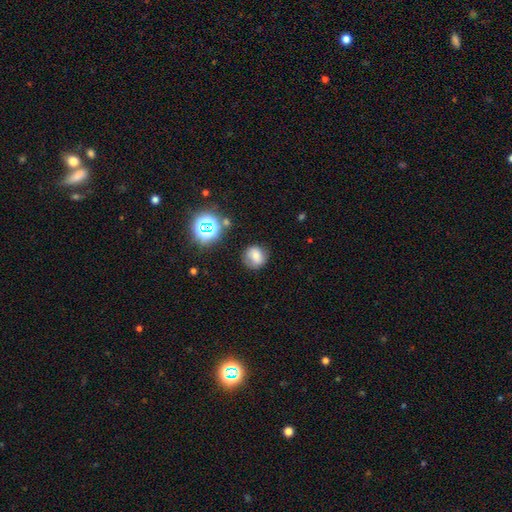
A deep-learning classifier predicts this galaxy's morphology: Q: Smooth or featured?
A: smooth (69%); runner-up: featured or disk (16%)
Q: How rounded?
A: round (86%); runner-up: in between (13%)
Q: Merging?
A: none (78%); runner-up: minor disturbance (15%)